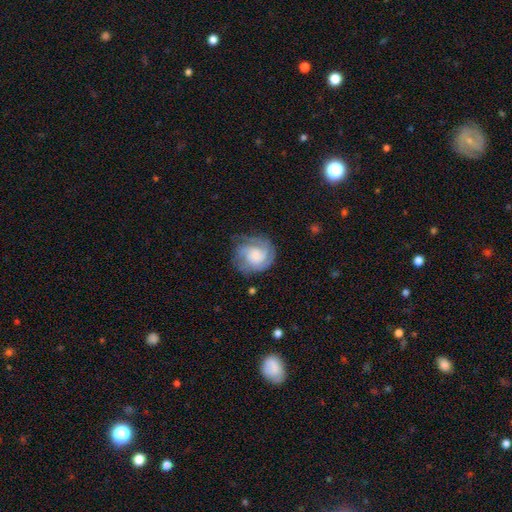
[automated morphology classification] The model was most divided on "spiral arm count": 3: 31%, can't tell: 27%, 2: 21%, 4: 8%, 1: 7%, more than 4: 5%. Remaining: edge-on disk — no (98%); spiral arms — yes (94%); bar — no (71%); smooth or featured — featured or disk (70%); merging — none (68%); spiral winding — tight (58%); bulge size — large (31%).